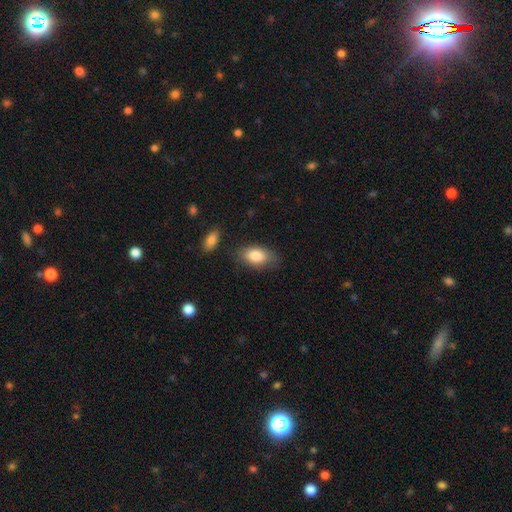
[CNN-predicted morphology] Q: Smooth or featured?
A: smooth (83%); runner-up: featured or disk (10%)
Q: How rounded?
A: in between (92%); runner-up: round (5%)
Q: Merging?
A: none (73%); runner-up: minor disturbance (19%)